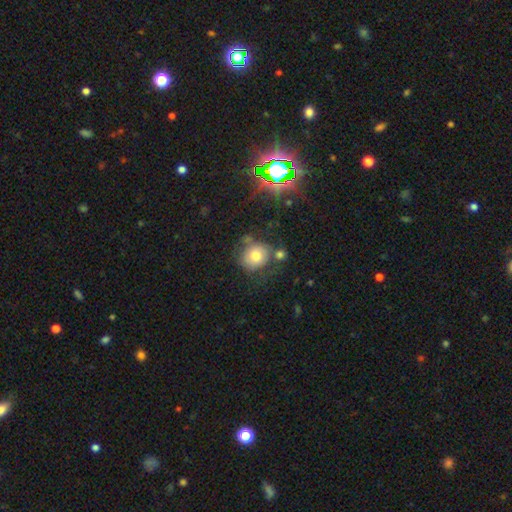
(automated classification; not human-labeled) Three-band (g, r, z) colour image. It shows a smooth galaxy with no disk features (74%) that is round (80%). Merging: none (57%).